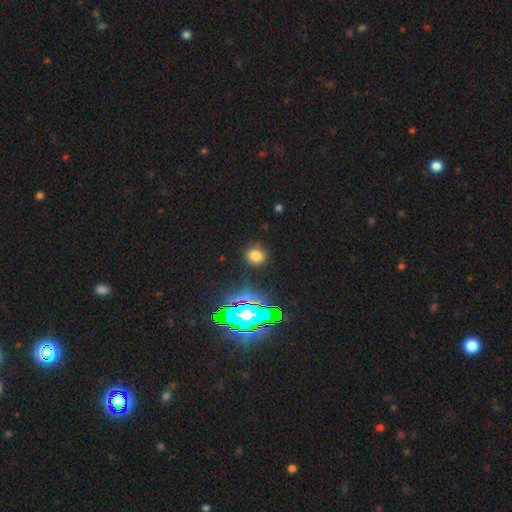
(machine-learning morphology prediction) Smooth or featured? Predicted: smooth (p=0.70). How rounded? Predicted: round (p=0.81). Merging? Predicted: none (p=0.88).